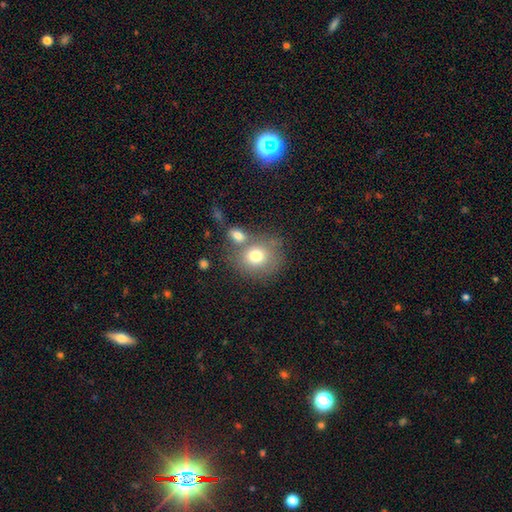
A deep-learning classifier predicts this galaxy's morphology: type=smooth (75%); roundness=round (72%); merging=none (50%).